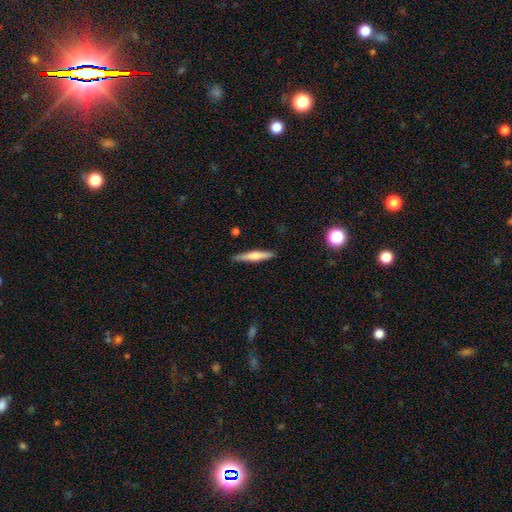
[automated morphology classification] Smooth or featured? Predicted: smooth (p=0.59). How rounded? Predicted: cigar-shaped (p=0.91). Merging? Predicted: none (p=0.86).